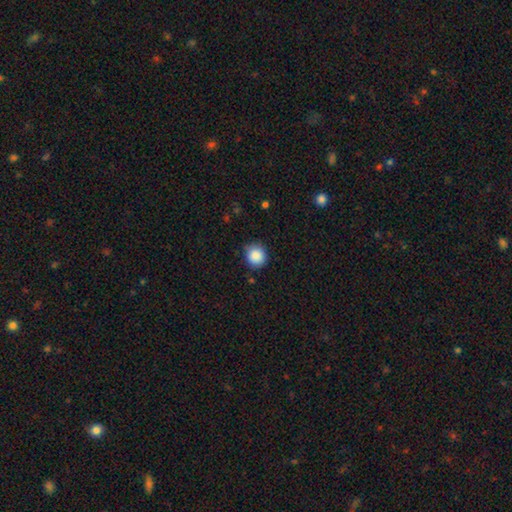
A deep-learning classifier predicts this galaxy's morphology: Smooth or featured? smooth (88%)
How rounded? round (89%)
Merging? none (83%)